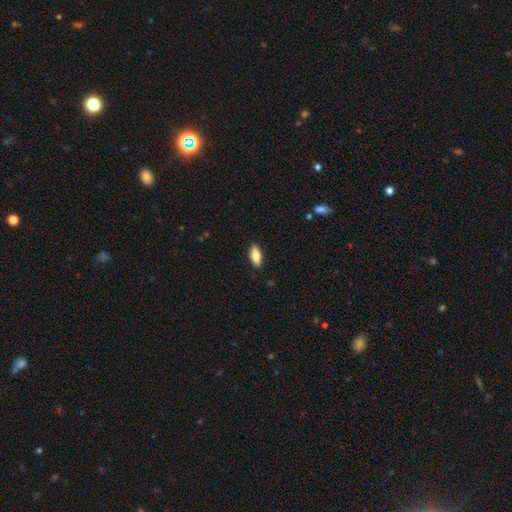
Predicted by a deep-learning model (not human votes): Q: Smooth or featured?
A: smooth (76%); runner-up: featured or disk (17%)
Q: How rounded?
A: in between (79%); runner-up: cigar-shaped (18%)
Q: Merging?
A: none (89%); runner-up: minor disturbance (9%)